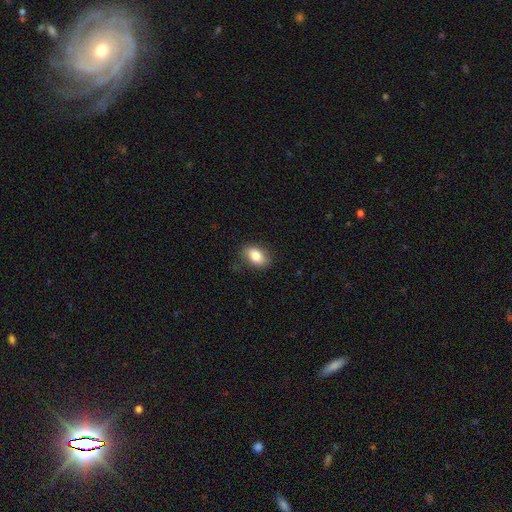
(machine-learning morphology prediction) Smooth or featured?
  - smooth: 83% *
  - featured or disk: 9%
  - star or artifact: 7%
How rounded?
  - in between: 87% *
  - round: 12%
  - cigar-shaped: 2%
Merging?
  - none: 80% *
  - minor disturbance: 15%
  - major disturbance: 4%
  - merger: 1%